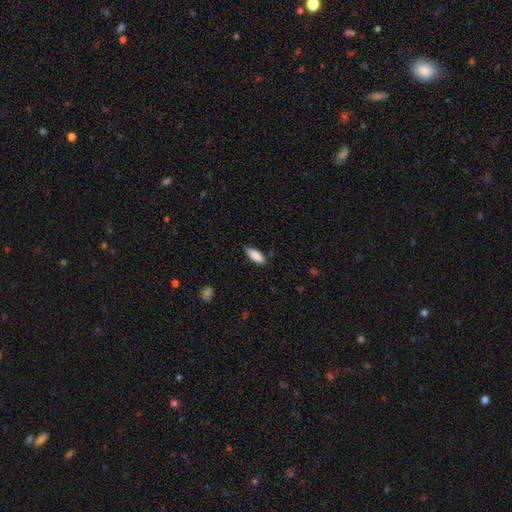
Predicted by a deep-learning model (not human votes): A smooth galaxy with no disk features (89%) that is in between round and cigar-shaped (73%).

Vote fractions:
- Smooth or featured? smooth: 89% / star or artifact: 6% / featured or disk: 5%
- How rounded? in between: 73% / cigar-shaped: 25% / round: 2%
- Merging? none: 78% / minor disturbance: 18% / major disturbance: 3% / merger: 1%